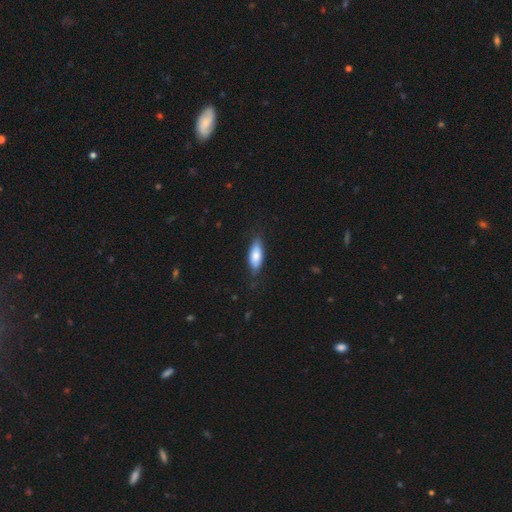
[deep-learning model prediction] Smooth or featured: smooth — 78% (featured or disk — 16%)
How rounded: in between — 74% (cigar-shaped — 24%)
Merging: none — 77% (minor disturbance — 18%)